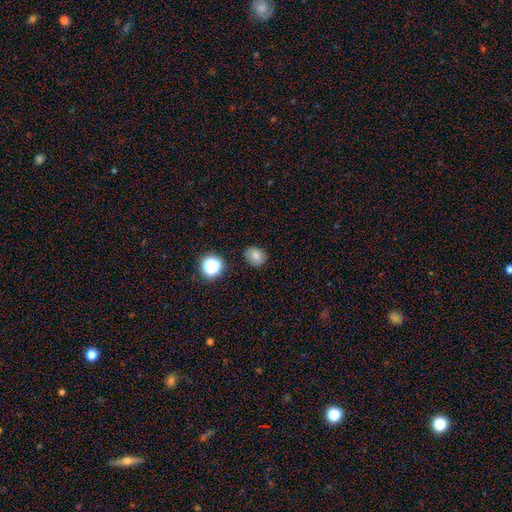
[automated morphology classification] smooth_or_featured: smooth (p=0.78) [alt: star or artifact p=0.13]
how_rounded: round (p=0.52) [alt: in between p=0.47]
merging: none (p=0.83) [alt: minor disturbance p=0.12]